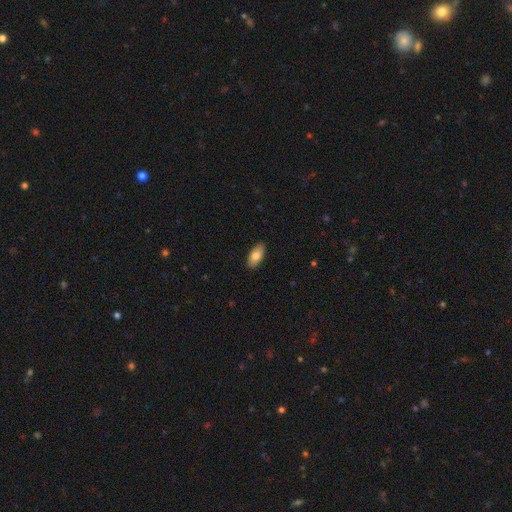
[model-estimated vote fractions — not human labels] Smooth or featured? smooth (80%)
How rounded? in between (91%)
Merging? none (89%)